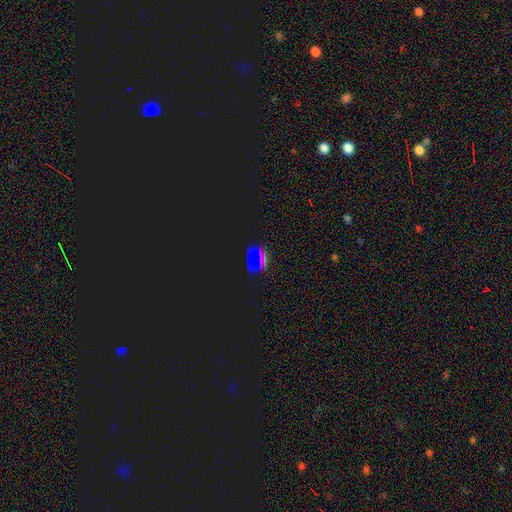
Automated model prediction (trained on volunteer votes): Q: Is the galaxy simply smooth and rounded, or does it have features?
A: star or artifact — 62%.